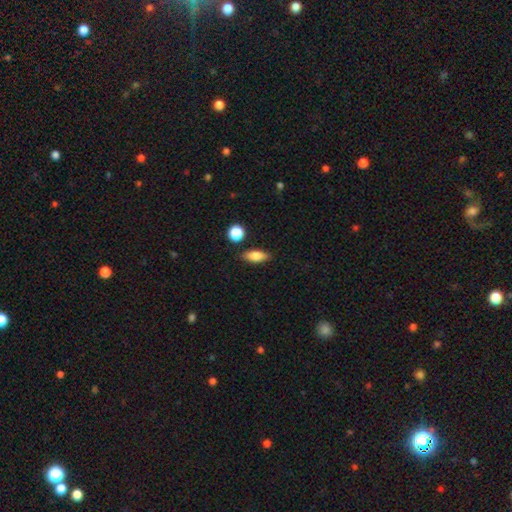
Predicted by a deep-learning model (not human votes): smooth_or_featured: smooth (p=0.80) [alt: featured or disk p=0.12]
how_rounded: in between (p=0.77) [alt: cigar-shaped p=0.18]
merging: none (p=0.84) [alt: minor disturbance p=0.11]